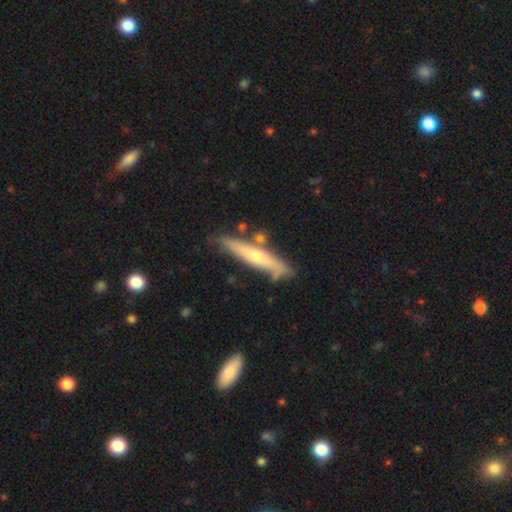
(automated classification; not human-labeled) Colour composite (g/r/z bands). It shows a smooth galaxy with no disk features (48%). Merging: none (74%).